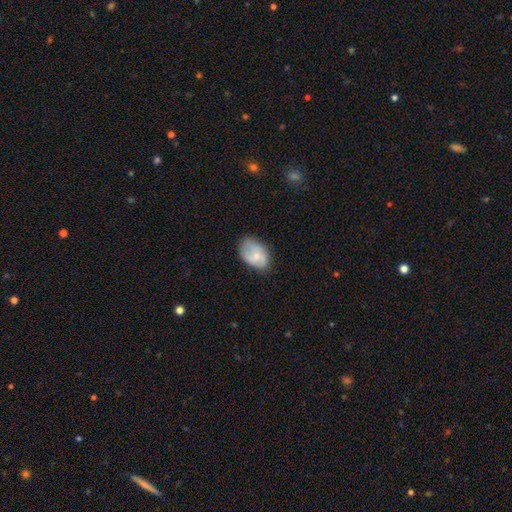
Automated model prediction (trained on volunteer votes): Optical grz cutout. It shows a smooth galaxy with no disk features (68%) that is in between round and cigar-shaped (86%). Merging: none (57%).